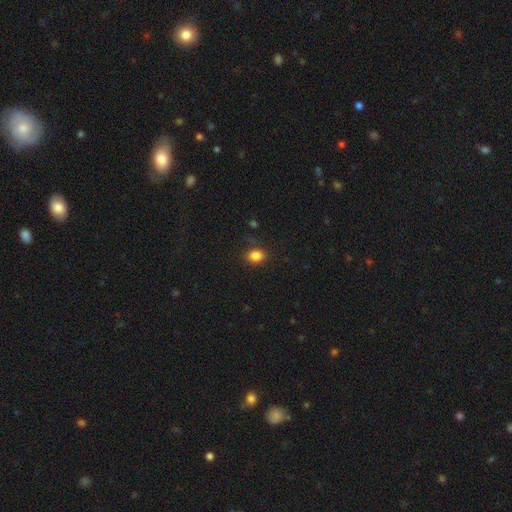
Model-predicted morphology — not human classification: Smooth or featured? smooth (84%)
How rounded? in between (55%)
Merging? none (82%)